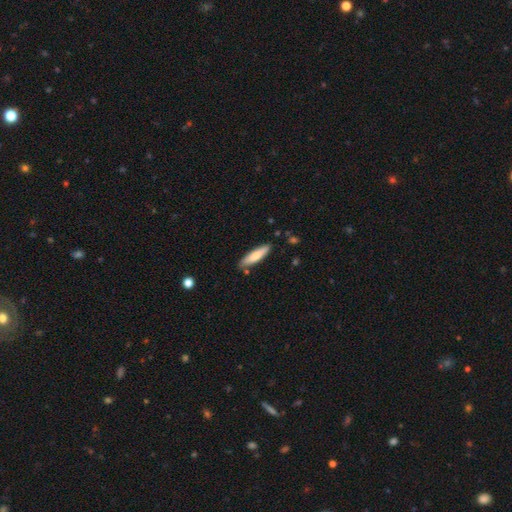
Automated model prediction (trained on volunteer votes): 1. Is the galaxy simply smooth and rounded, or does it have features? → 74% smooth, 20% featured or disk, 5% star or artifact.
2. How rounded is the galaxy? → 73% cigar-shaped, 26% in between, 1% round.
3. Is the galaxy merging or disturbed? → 85% none, 11% minor disturbance, 2% merger, 2% major disturbance.